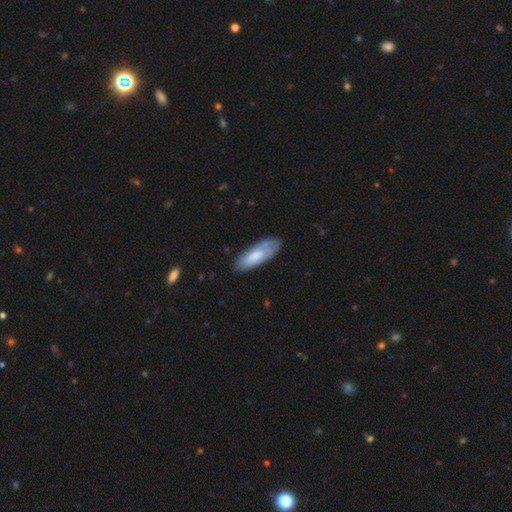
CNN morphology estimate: smooth-or-featured: smooth: 68% | featured or disk: 26% | star or artifact: 6%
  how-rounded: in between: 69% | cigar-shaped: 30% | round: 2%
  merging: none: 67% | minor disturbance: 23% | major disturbance: 7% | merger: 3%